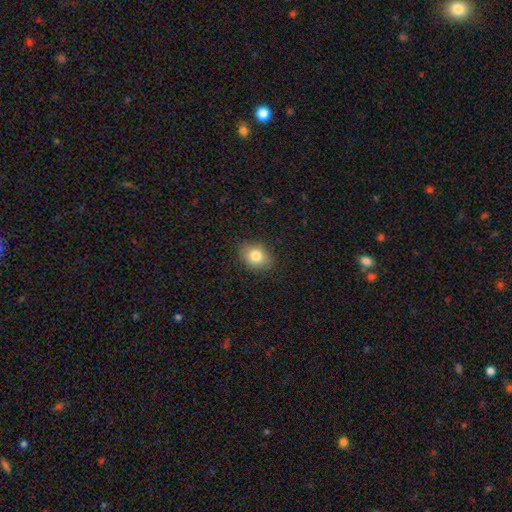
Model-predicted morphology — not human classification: Smooth or featured: smooth — 81% (star or artifact — 10%)
How rounded: in between — 60% (round — 39%)
Merging: none — 86% (minor disturbance — 11%)